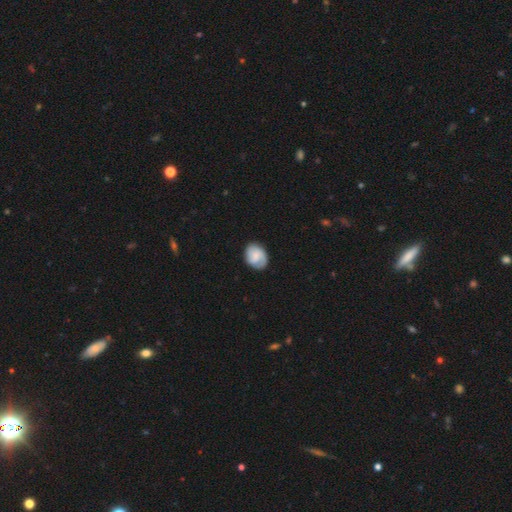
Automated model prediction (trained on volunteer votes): smooth 52%, featured or disk 41%, star or artifact 7%. Down the decision tree: how rounded — in between (61%); merging — none (76%).